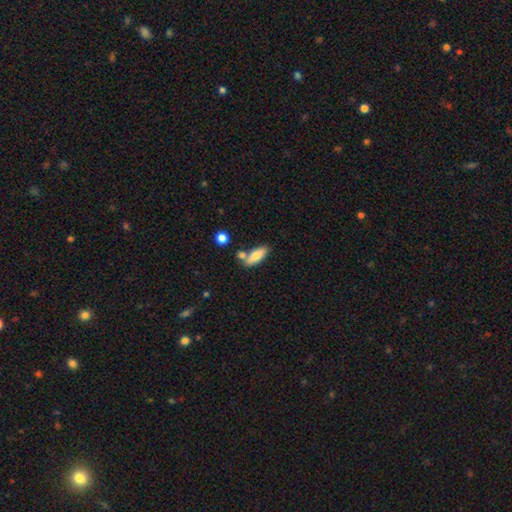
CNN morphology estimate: This appears to be a smooth galaxy with no disk features (79%) that is in between round and cigar-shaped (67%). Merging: none (62%).